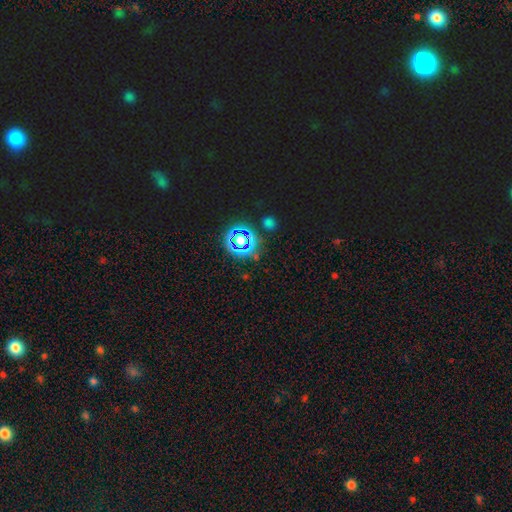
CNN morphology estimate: Smooth or featured: star or artifact — 61% (smooth — 30%)